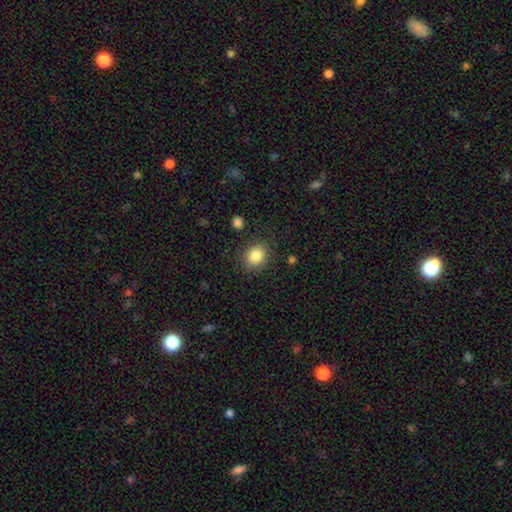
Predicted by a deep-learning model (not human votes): A smooth galaxy with no disk features (85%) that is round (66%).

Vote fractions:
- Smooth or featured? smooth: 85% / star or artifact: 9% / featured or disk: 6%
- How rounded? round: 66% / in between: 33% / cigar-shaped: 1%
- Merging? none: 85% / minor disturbance: 10% / major disturbance: 3% / merger: 2%